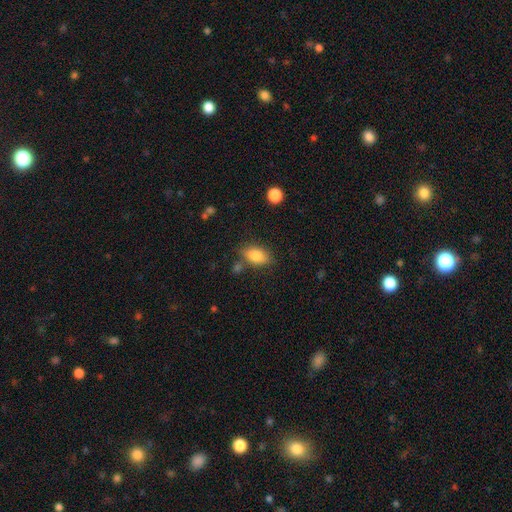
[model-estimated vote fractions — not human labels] smooth_or_featured: smooth (p=0.81) [alt: featured or disk p=0.11]
how_rounded: in between (p=0.87) [alt: round p=0.09]
merging: none (p=0.73) [alt: minor disturbance p=0.16]